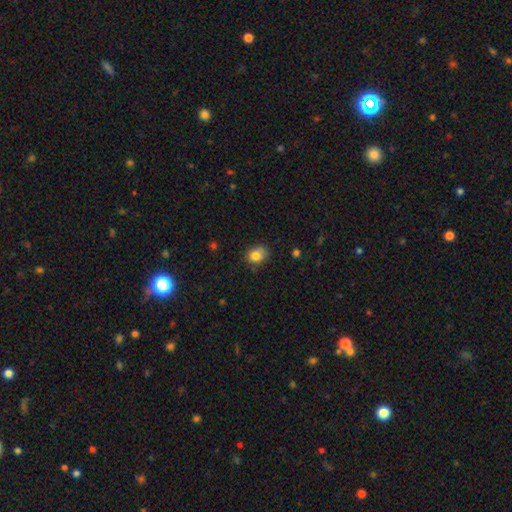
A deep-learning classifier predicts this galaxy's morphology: Smooth or featured? smooth (81%)
How rounded? round (61%)
Merging? none (66%)